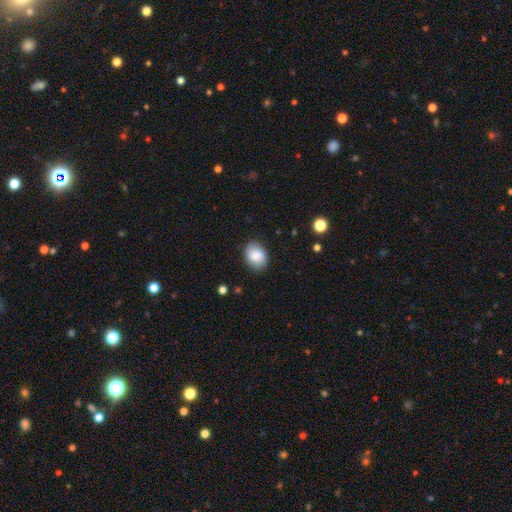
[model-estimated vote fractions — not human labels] smooth 85%, featured or disk 8%, star or artifact 7%. Down the decision tree: how rounded — in between (65%); merging — none (84%).